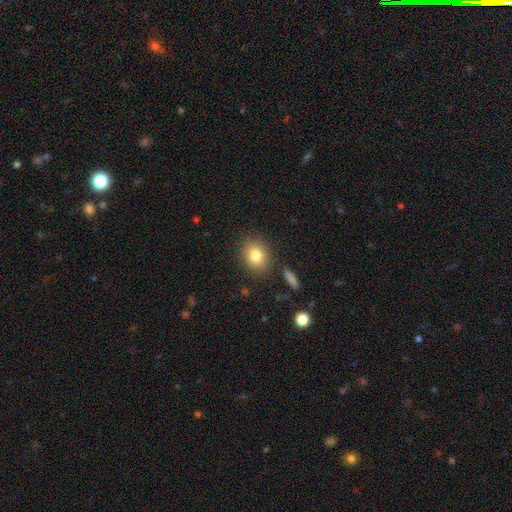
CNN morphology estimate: The model was most divided on "how rounded": round: 52%, in between: 46%, cigar-shaped: 1%. More confident: merging — none (86%); smooth or featured — smooth (82%).